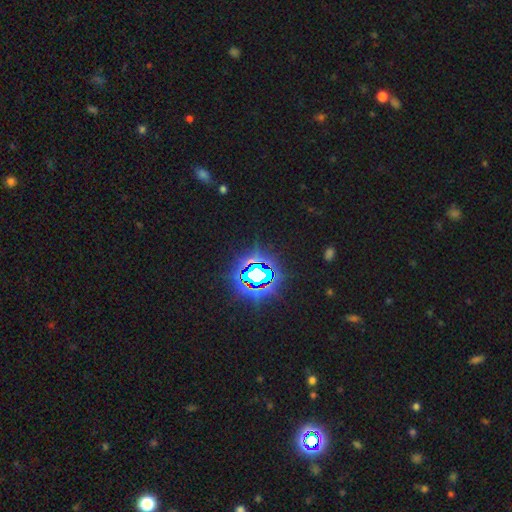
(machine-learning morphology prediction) smooth-or-featured: star or artifact: 82% | smooth: 11% | featured or disk: 7%